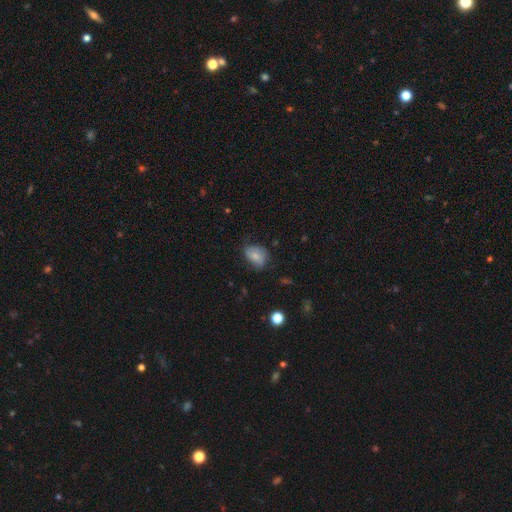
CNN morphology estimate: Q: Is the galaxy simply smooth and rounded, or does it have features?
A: smooth — 74%.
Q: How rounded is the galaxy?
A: in between — 74%.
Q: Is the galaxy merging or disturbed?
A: none — 50%.